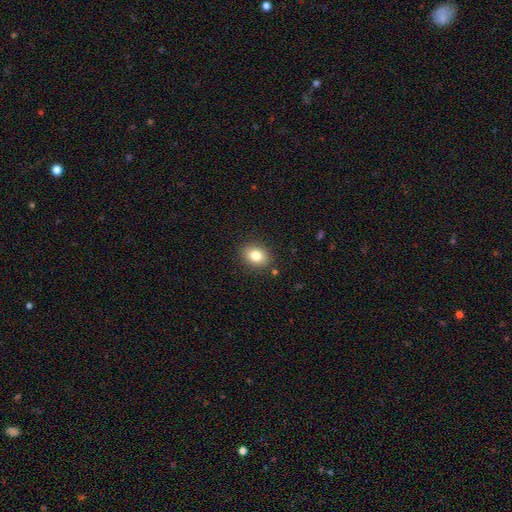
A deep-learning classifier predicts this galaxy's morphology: Smooth or featured?
  - smooth: 82% *
  - star or artifact: 10%
  - featured or disk: 9%
How rounded?
  - in between: 60% *
  - round: 39%
  - cigar-shaped: 1%
Merging?
  - none: 87% *
  - minor disturbance: 9%
  - major disturbance: 2%
  - merger: 2%